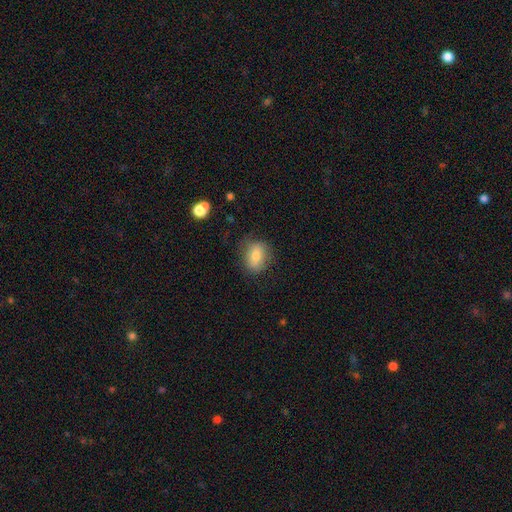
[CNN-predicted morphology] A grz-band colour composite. It shows a smooth galaxy with no disk features (72%) that is in between round and cigar-shaped (62%). Merging: none (75%).